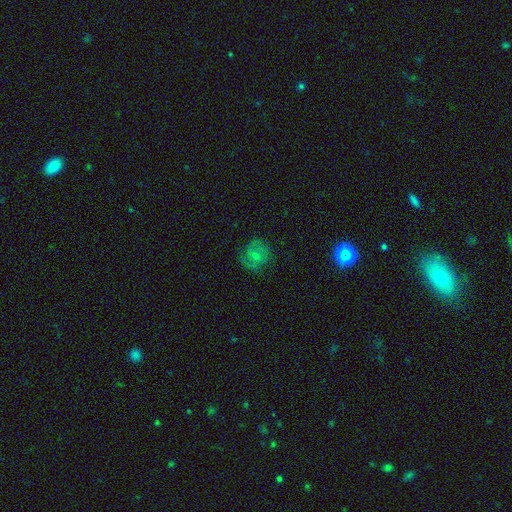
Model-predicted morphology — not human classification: Smooth or featured? featured or disk (45%)
Merging? none (78%)